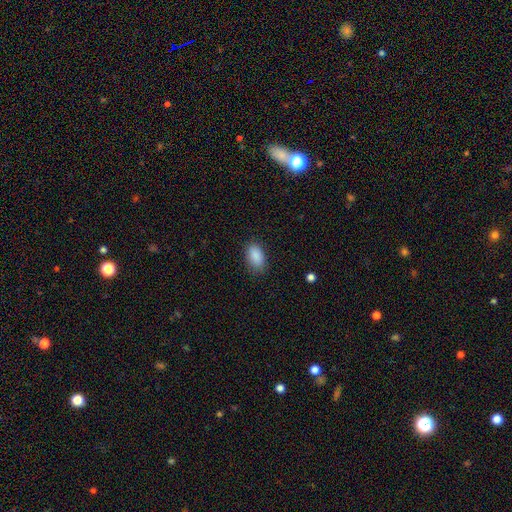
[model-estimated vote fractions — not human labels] A smooth galaxy with no disk features (89%) that is in between round and cigar-shaped (93%). Merging: none (83%).